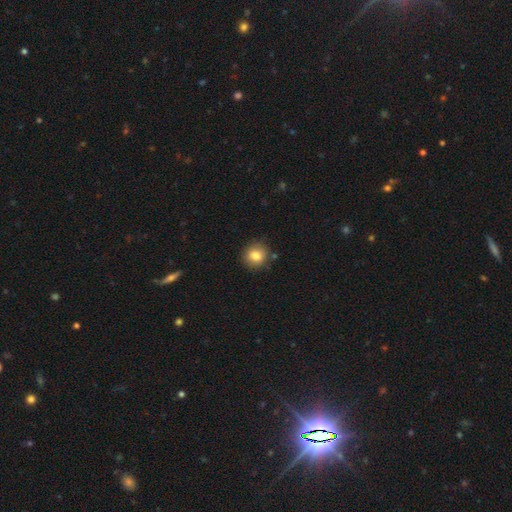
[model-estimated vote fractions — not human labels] This appears to be a smooth galaxy with no disk features (83%) that is round (86%). Merging: none (85%).